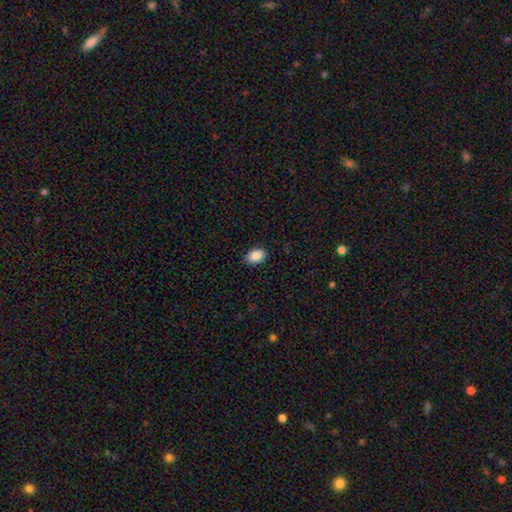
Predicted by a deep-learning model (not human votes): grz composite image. It shows a smooth galaxy with no disk features (89%) that is in between round and cigar-shaped (82%). Merging: none (86%).